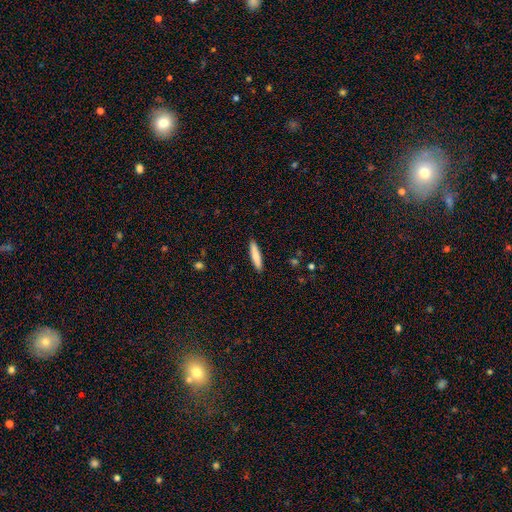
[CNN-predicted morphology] Q: Smooth or featured?
A: smooth (80%); runner-up: featured or disk (15%)
Q: How rounded?
A: cigar-shaped (86%); runner-up: in between (13%)
Q: Merging?
A: none (90%); runner-up: minor disturbance (7%)